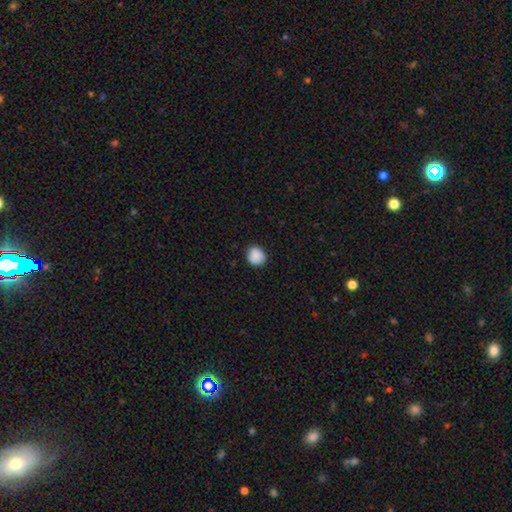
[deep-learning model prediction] The model was most divided on "how rounded": round: 82%, in between: 17%, cigar-shaped: 1%. More confident: smooth or featured — smooth (89%); merging — none (86%).